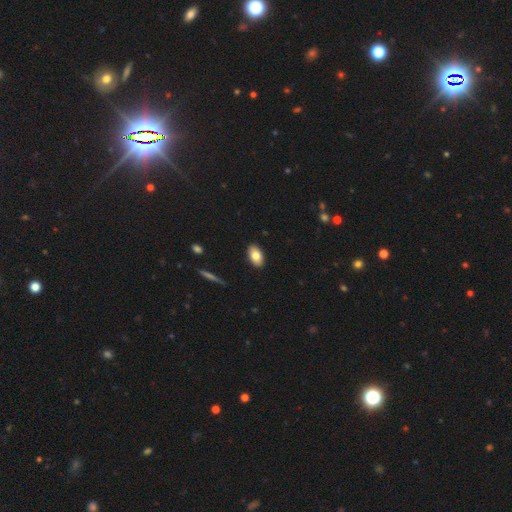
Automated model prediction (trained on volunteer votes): smooth_or_featured: smooth (p=0.82) [alt: featured or disk p=0.11]
how_rounded: in between (p=0.93) [alt: round p=0.04]
merging: none (p=0.90) [alt: minor disturbance p=0.08]